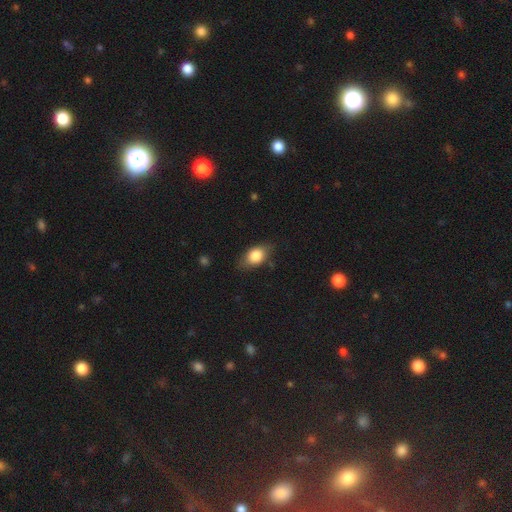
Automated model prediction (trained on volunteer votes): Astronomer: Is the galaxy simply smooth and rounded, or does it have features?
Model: smooth — 79%.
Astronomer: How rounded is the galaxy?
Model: in between — 80%.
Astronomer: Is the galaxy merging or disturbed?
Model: none — 75%.